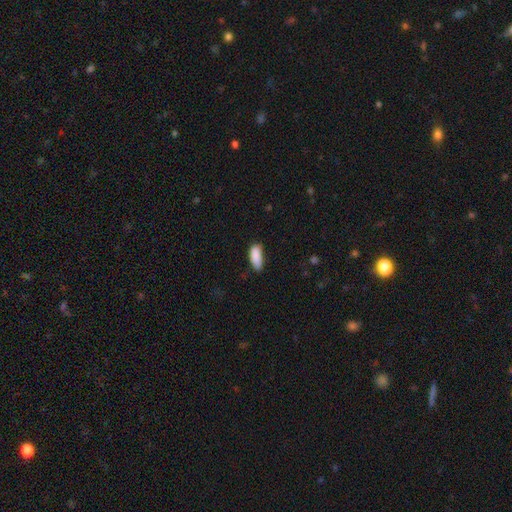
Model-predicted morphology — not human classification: A smooth galaxy with no disk features (88%) that is in between round and cigar-shaped (80%).

Vote fractions:
- Smooth or featured? smooth: 88% / star or artifact: 7% / featured or disk: 5%
- How rounded? in between: 80% / cigar-shaped: 18% / round: 2%
- Merging? none: 60% / minor disturbance: 32% / major disturbance: 6% / merger: 2%